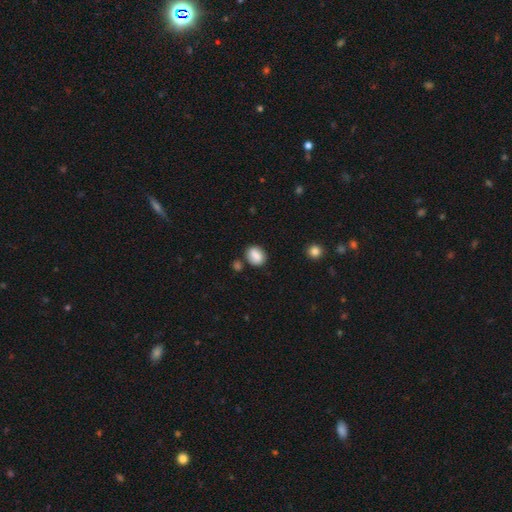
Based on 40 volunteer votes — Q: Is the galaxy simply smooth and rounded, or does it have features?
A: smooth — 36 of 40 (90%).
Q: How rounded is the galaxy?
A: round — 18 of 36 (50%, tied with in between).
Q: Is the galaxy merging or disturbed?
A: none — 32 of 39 (82%).